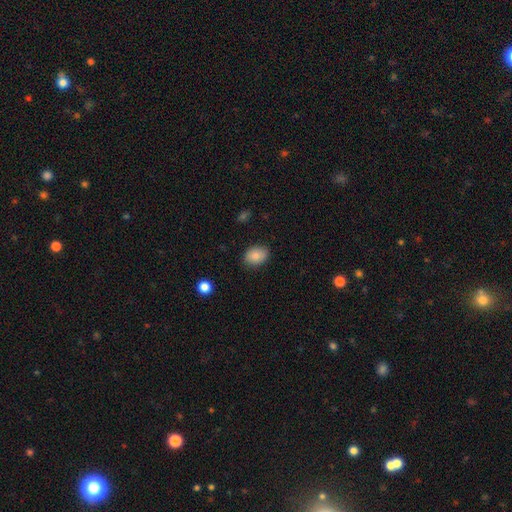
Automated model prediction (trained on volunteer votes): smooth-or-featured: smooth: 85% | star or artifact: 8% | featured or disk: 7%
  how-rounded: in between: 75% | round: 24% | cigar-shaped: 1%
  merging: none: 84% | minor disturbance: 12% | major disturbance: 3% | merger: 1%